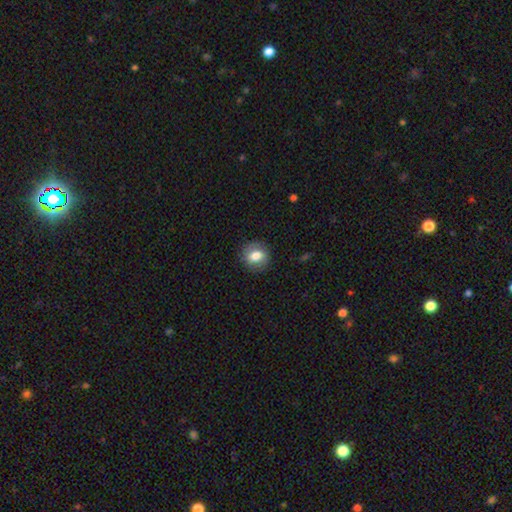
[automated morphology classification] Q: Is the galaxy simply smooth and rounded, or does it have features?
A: smooth — 69%.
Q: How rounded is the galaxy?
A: round — 71%.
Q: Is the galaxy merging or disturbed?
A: none — 84%.